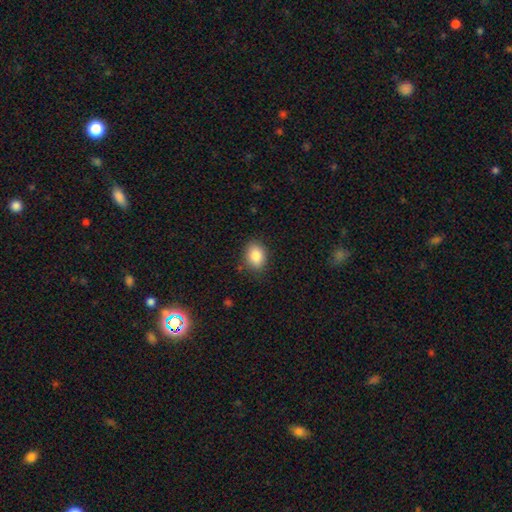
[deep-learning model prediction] smooth_or_featured: smooth (p=0.85) [alt: star or artifact p=0.08]
how_rounded: in between (p=0.72) [alt: round p=0.27]
merging: none (p=0.84) [alt: minor disturbance p=0.12]